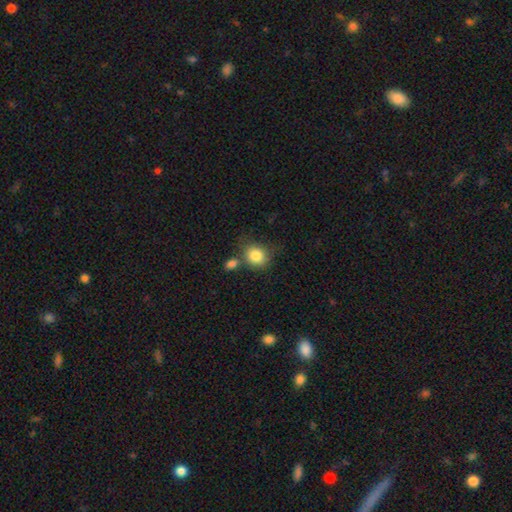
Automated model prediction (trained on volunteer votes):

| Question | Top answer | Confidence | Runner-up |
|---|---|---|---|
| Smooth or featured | smooth | 84% | star or artifact (9%) |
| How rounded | round | 74% | in between (25%) |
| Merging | none | 62% | merger (19%) |